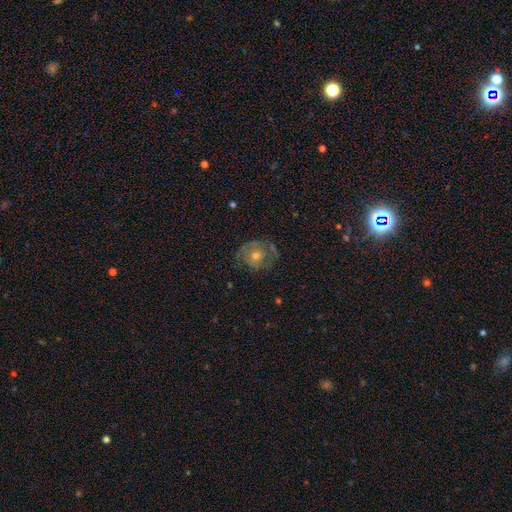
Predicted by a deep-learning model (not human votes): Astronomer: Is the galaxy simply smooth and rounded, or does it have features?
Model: featured or disk — 54% (runner-up: smooth, 33%).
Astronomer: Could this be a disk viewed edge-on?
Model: no — 96%.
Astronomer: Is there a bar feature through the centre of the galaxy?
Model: no — 82%.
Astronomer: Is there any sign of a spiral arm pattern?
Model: yes — 57% (runner-up: no, 43%).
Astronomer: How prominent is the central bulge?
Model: moderate — 60%.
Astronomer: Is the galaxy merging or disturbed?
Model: none — 65%.